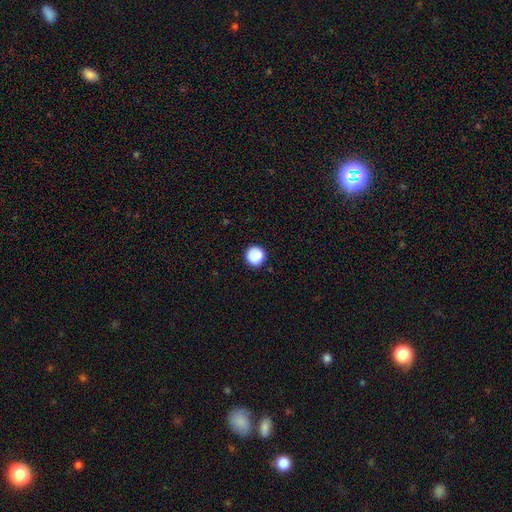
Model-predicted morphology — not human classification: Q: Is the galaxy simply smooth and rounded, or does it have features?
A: smooth — 84%.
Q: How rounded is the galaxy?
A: round — 94%.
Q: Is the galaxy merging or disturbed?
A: none — 85%.